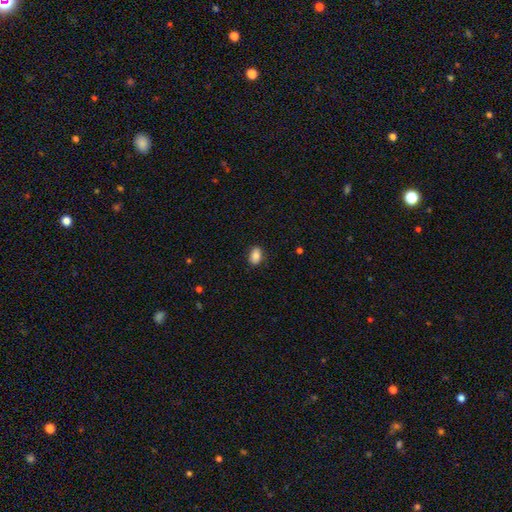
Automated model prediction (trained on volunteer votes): The model was most divided on "how rounded": in between: 80%, round: 19%, cigar-shaped: 1%. More confident: smooth or featured — smooth (84%); merging — none (84%).